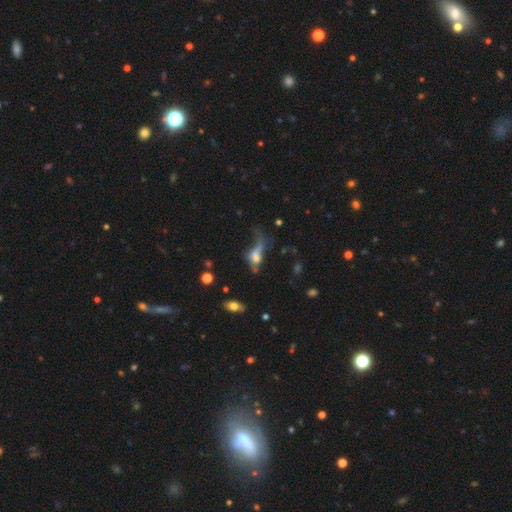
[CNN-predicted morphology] Smooth or featured: smooth — 46% (featured or disk — 39%)
Merging: major disturbance — 53% (none — 19%)